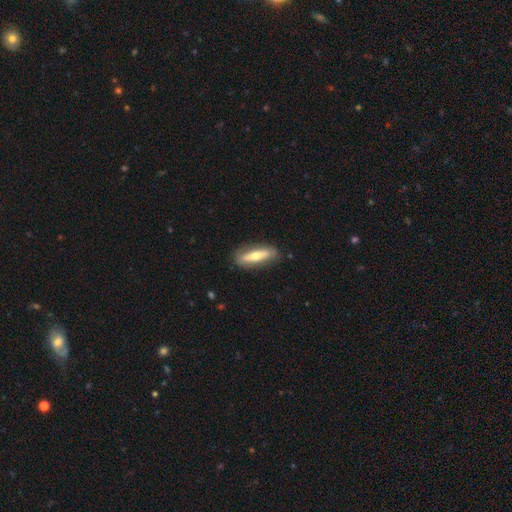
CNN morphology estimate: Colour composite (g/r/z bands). It shows a smooth galaxy with no disk features (50%). Merging: none (82%).